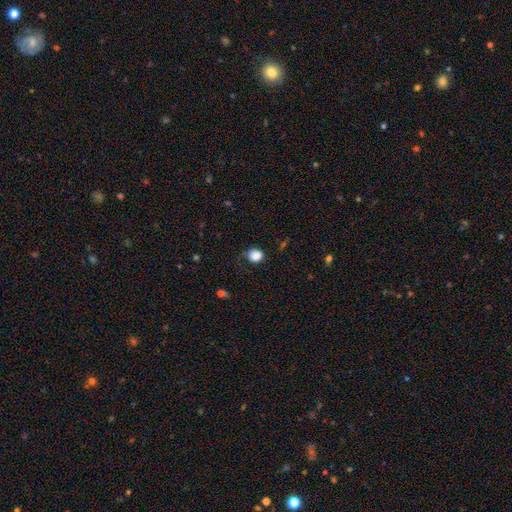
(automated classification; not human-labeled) Q: Smooth or featured?
A: smooth (85%); runner-up: star or artifact (9%)
Q: How rounded?
A: round (75%); runner-up: in between (24%)
Q: Merging?
A: none (55%); runner-up: minor disturbance (26%)